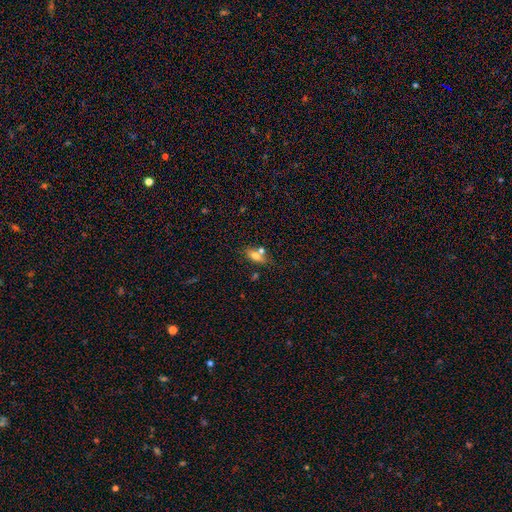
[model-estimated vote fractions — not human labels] Smooth or featured: smooth — 65% (featured or disk — 22%)
How rounded: in between — 76% (cigar-shaped — 16%)
Merging: none — 58% (merger — 23%)